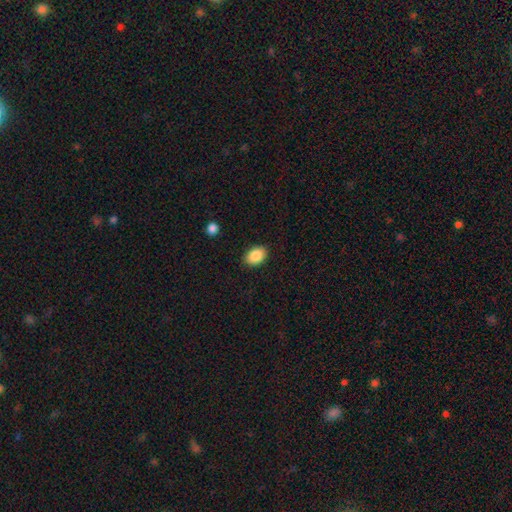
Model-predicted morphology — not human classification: Smooth or featured?
  - smooth: 88% *
  - star or artifact: 7%
  - featured or disk: 5%
How rounded?
  - in between: 84% *
  - round: 15%
  - cigar-shaped: 1%
Merging?
  - none: 89% *
  - minor disturbance: 8%
  - major disturbance: 2%
  - merger: 1%